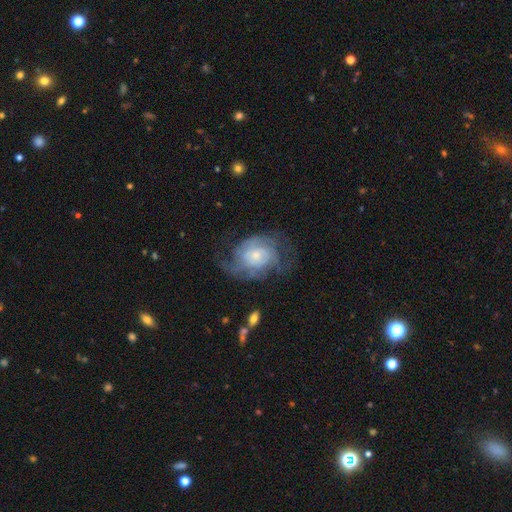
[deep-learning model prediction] Smooth or featured?
  - featured or disk: 79% *
  - smooth: 15%
  - star or artifact: 6%
Edge-on disk?
  - no: 97% *
  - yes: 3%
Bar?
  - no: 72% *
  - weak: 24%
  - strong: 4%
Spiral arms?
  - yes: 90% *
  - no: 10%
Spiral winding?
  - tight: 47% *
  - medium: 37%
  - loose: 16%
Spiral arm count?
  - can't tell: 35% *
  - 2: 32%
  - 3: 16%
  - 4: 7%
  - 1: 5%
  - more than 4: 5%
Bulge size?
  - small: 64% *
  - moderate: 28%
  - large: 4%
  - none: 3%
  - dominant: 1%
Merging?
  - none: 57% *
  - minor disturbance: 20%
  - major disturbance: 20%
  - merger: 2%